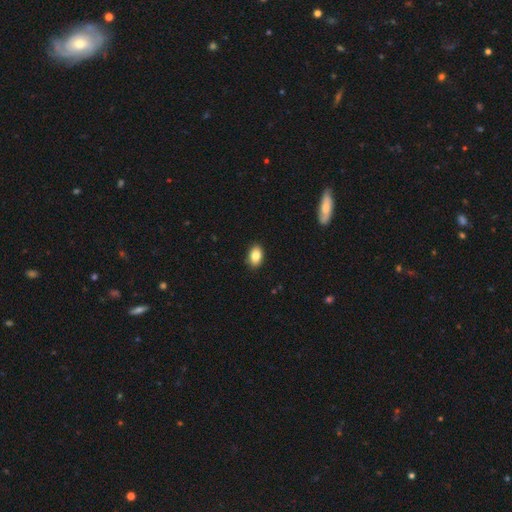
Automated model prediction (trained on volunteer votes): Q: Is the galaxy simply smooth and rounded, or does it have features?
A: smooth — 85%.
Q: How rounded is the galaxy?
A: in between — 86%.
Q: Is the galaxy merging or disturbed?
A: none — 88%.